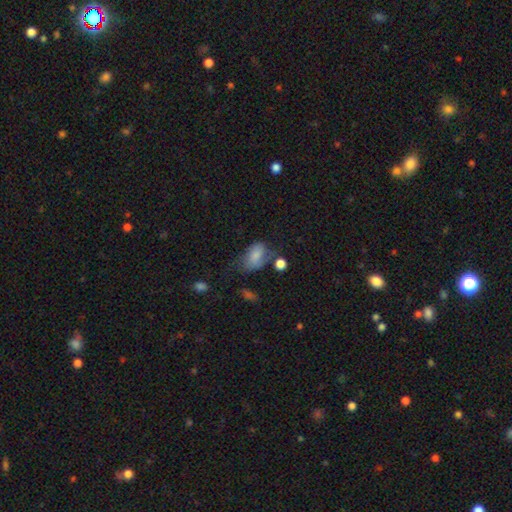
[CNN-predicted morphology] smooth_or_featured: smooth (p=0.74) [alt: featured or disk p=0.17]
how_rounded: in between (p=0.85) [alt: round p=0.13]
merging: none (p=0.33) [alt: minor disturbance p=0.31]